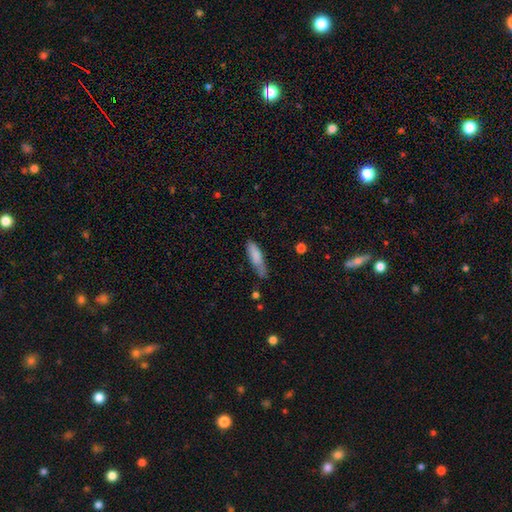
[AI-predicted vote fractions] smooth 81%, featured or disk 13%, star or artifact 6%. Down the decision tree: how rounded — cigar-shaped (65%); merging — none (58%).